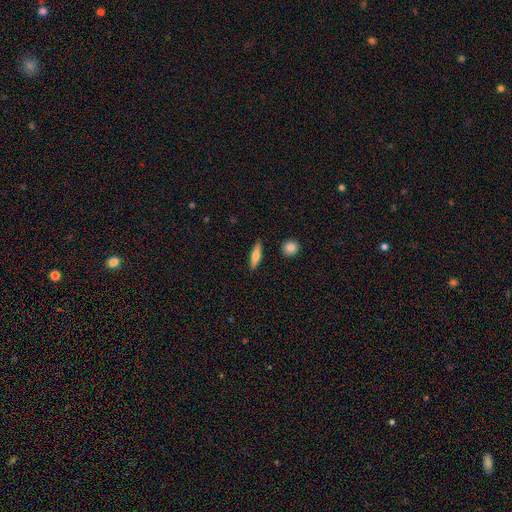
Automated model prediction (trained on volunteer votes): A smooth galaxy with no disk features (67%) that is cigar-shaped (66%). Merging: none (88%).